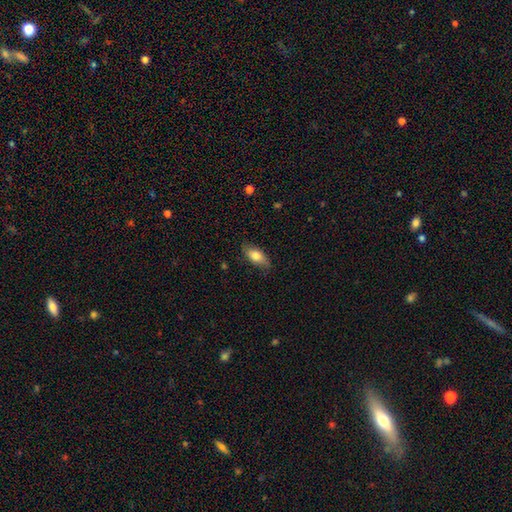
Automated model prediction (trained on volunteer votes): smooth 77%, featured or disk 17%, star or artifact 6%. Down the decision tree: how rounded — in between (83%); merging — none (81%).